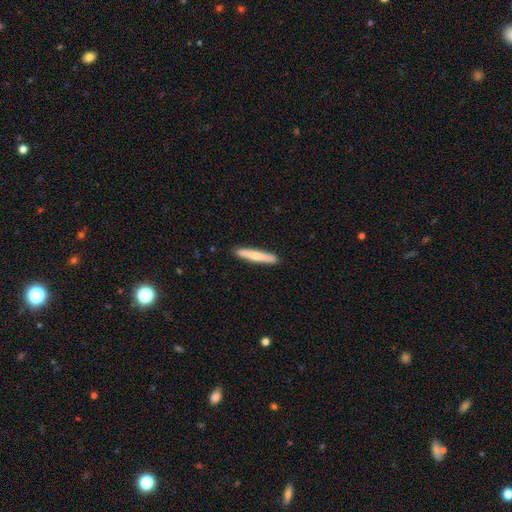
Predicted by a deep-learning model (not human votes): Smooth or featured? smooth (69%)
How rounded? cigar-shaped (95%)
Merging? none (91%)